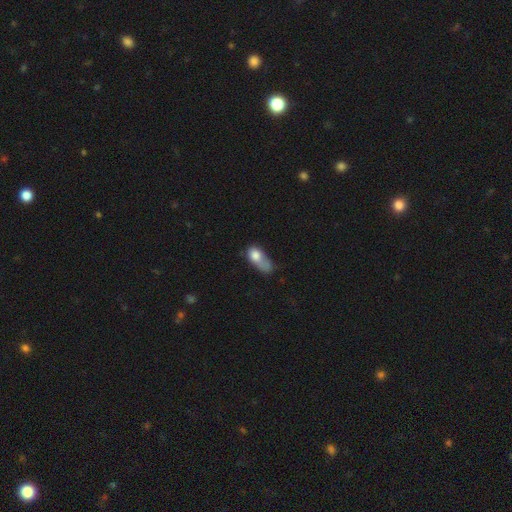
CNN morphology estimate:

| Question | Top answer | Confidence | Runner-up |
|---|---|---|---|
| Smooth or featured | smooth | 72% | featured or disk (19%) |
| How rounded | in between | 78% | round (14%) |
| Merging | major disturbance | 37% | minor disturbance (26%) |